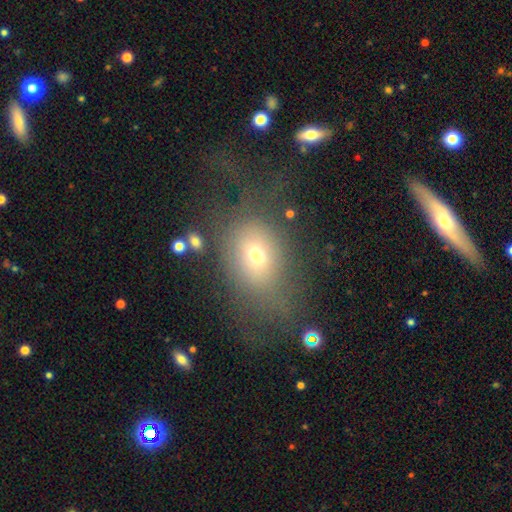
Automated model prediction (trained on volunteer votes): smooth 62%, featured or disk 20%, star or artifact 18%. Down the decision tree: how rounded — in between (55%); merging — none (43%).